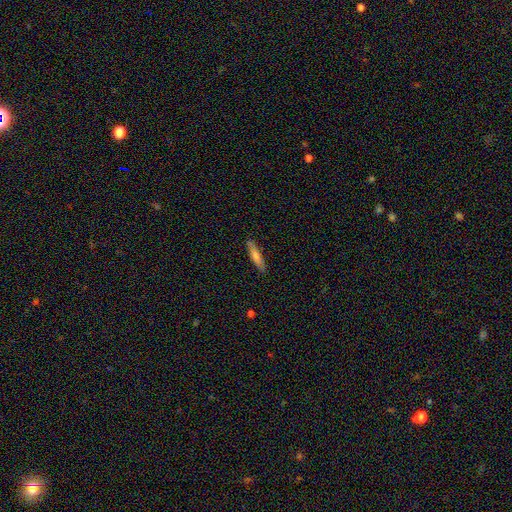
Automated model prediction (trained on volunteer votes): smooth_or_featured: smooth (p=0.61) [alt: featured or disk p=0.33]
how_rounded: cigar-shaped (p=0.86) [alt: in between p=0.12]
merging: none (p=0.88) [alt: minor disturbance p=0.09]